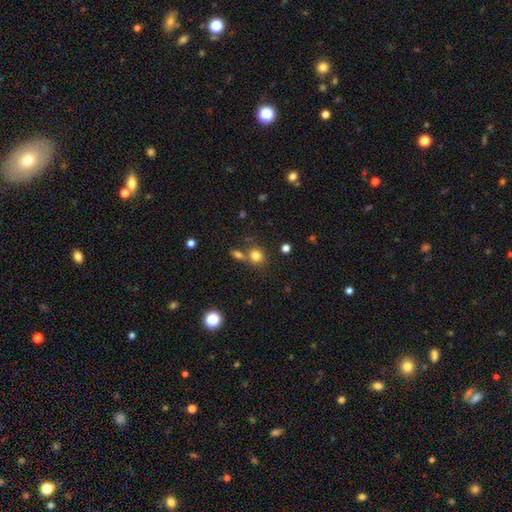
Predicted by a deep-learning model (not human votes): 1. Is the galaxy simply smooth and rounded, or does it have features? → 80% smooth, 13% star or artifact, 7% featured or disk.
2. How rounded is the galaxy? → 82% round, 17% in between, 1% cigar-shaped.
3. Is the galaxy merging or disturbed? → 60% none, 25% merger, 10% minor disturbance, 4% major disturbance.